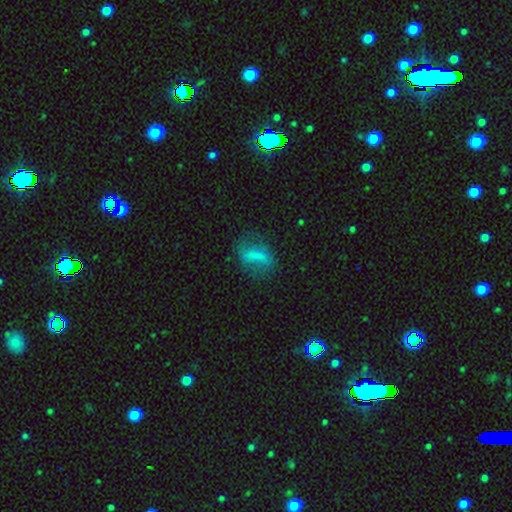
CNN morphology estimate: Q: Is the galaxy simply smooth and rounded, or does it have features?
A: smooth — 53%.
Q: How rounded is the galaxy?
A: in between — 67%.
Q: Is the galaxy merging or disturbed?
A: none — 60%.